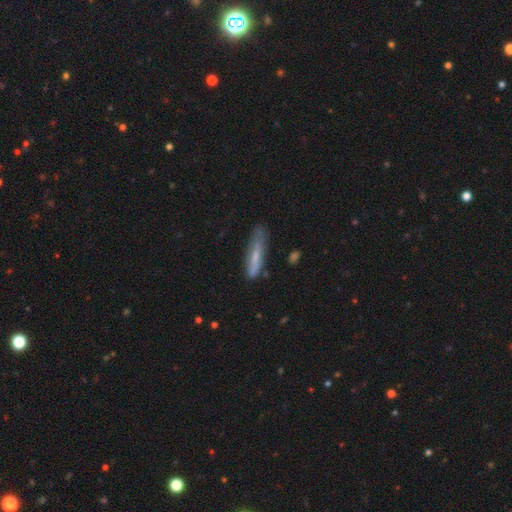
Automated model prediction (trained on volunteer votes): smooth_or_featured: smooth (p=0.57) [alt: featured or disk p=0.35]
how_rounded: cigar-shaped (p=0.81) [alt: in between p=0.17]
merging: none (p=0.64) [alt: minor disturbance p=0.25]